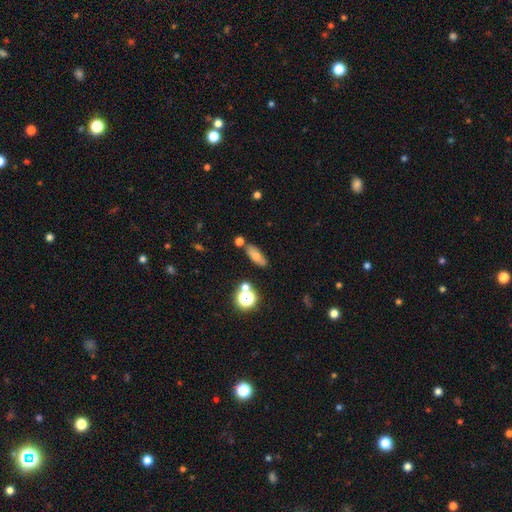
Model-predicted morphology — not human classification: The model was most divided on "how rounded": in between: 64%, cigar-shaped: 27%, round: 9%. More confident: merging — none (74%); smooth or featured — smooth (68%).